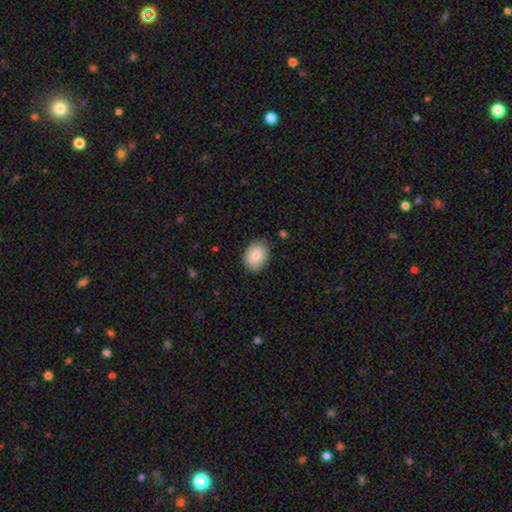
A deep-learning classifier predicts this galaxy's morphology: Q: Smooth or featured?
A: smooth (81%); runner-up: featured or disk (12%)
Q: How rounded?
A: in between (72%); runner-up: round (27%)
Q: Merging?
A: none (82%); runner-up: minor disturbance (14%)